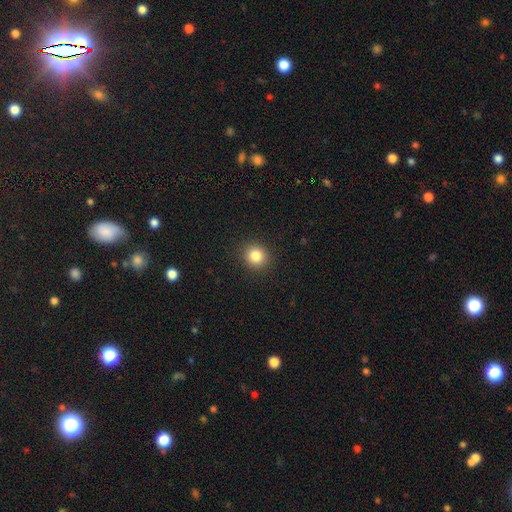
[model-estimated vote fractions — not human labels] Q: Smooth or featured?
A: smooth (83%); runner-up: star or artifact (11%)
Q: How rounded?
A: round (87%); runner-up: in between (13%)
Q: Merging?
A: none (91%); runner-up: minor disturbance (6%)